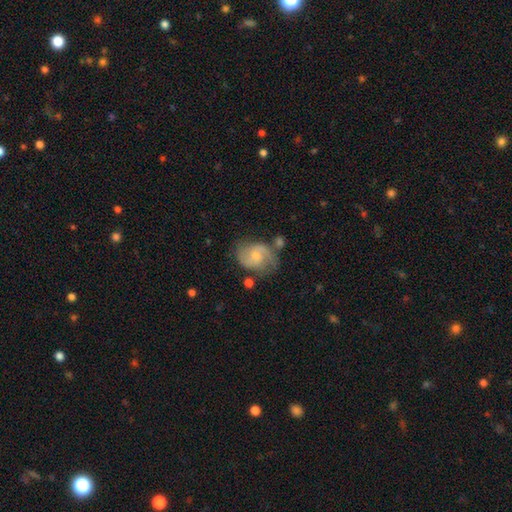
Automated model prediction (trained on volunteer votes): Smooth or featured? Predicted: featured or disk (p=0.71). Edge-on disk? Predicted: no (p=0.98). Bar? Predicted: no (p=0.54). Spiral arms? Predicted: yes (p=0.92). Spiral winding? Predicted: medium (p=0.52). Spiral arm count? Predicted: 2 (p=0.84). Bulge size? Predicted: small (p=0.53). Merging? Predicted: none (p=0.59).